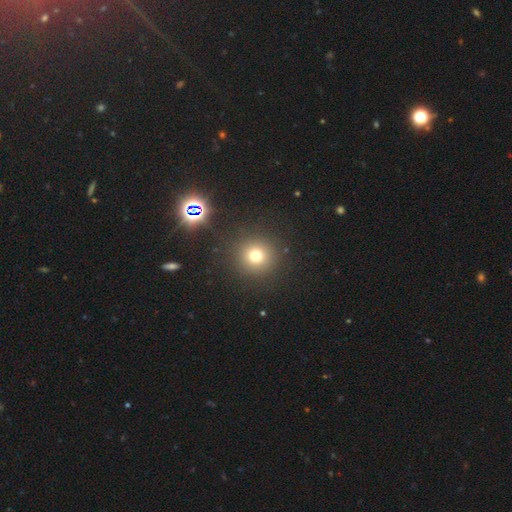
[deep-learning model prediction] Morphology: type=smooth (72%); roundness=round (94%); merging=none (89%).